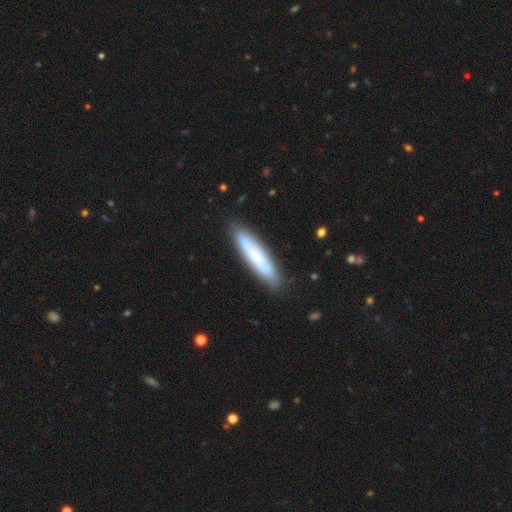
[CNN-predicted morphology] A smooth galaxy with no disk features (57%) that is cigar-shaped (83%). Merging: none (85%).